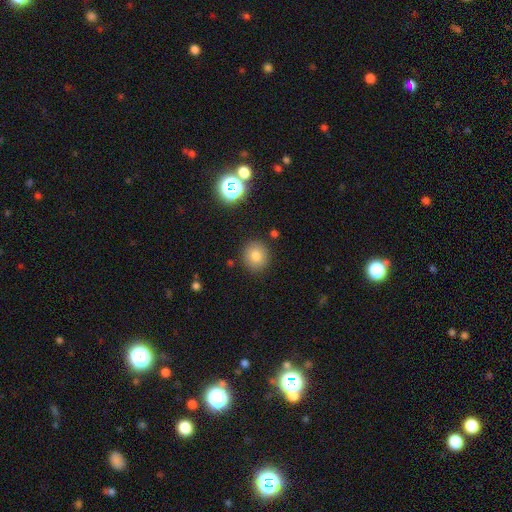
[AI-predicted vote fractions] Smooth or featured?
  - smooth: 78% *
  - star or artifact: 13%
  - featured or disk: 9%
How rounded?
  - round: 87% *
  - in between: 12%
  - cigar-shaped: 1%
Merging?
  - none: 88% *
  - minor disturbance: 8%
  - major disturbance: 2%
  - merger: 2%